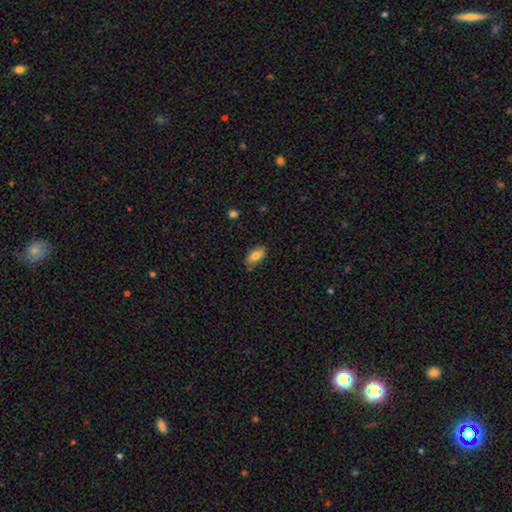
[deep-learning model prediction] Overall: smooth (80%). How rounded: in between (88%). Merging: none (75%).